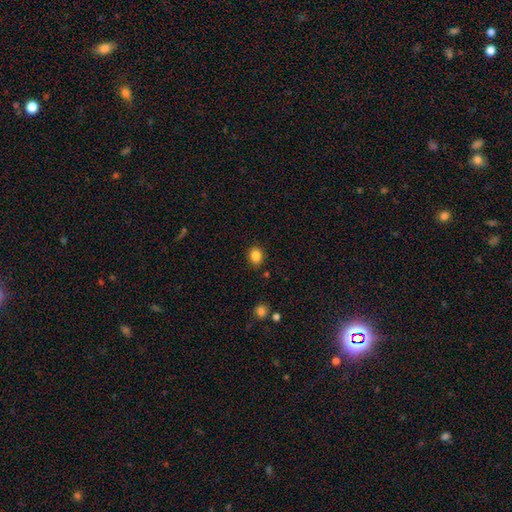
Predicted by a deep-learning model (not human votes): smooth-or-featured: smooth: 84% | star or artifact: 11% | featured or disk: 5%
  how-rounded: round: 56% | in between: 43% | cigar-shaped: 1%
  merging: none: 87% | minor disturbance: 9% | major disturbance: 2% | merger: 2%